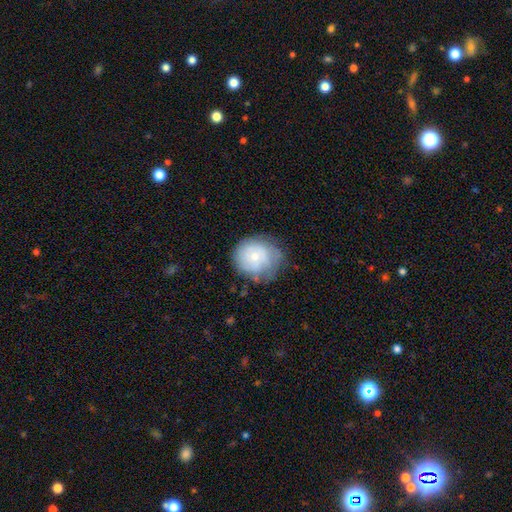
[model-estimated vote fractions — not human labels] Smooth or featured? Predicted: smooth (p=0.47). Merging? Predicted: none (p=0.59).